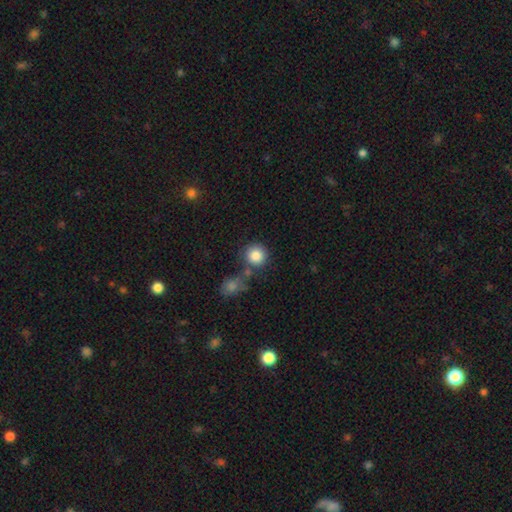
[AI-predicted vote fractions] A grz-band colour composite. It shows a smooth galaxy with no disk features (86%) that is round (91%). Merging: none (69%).